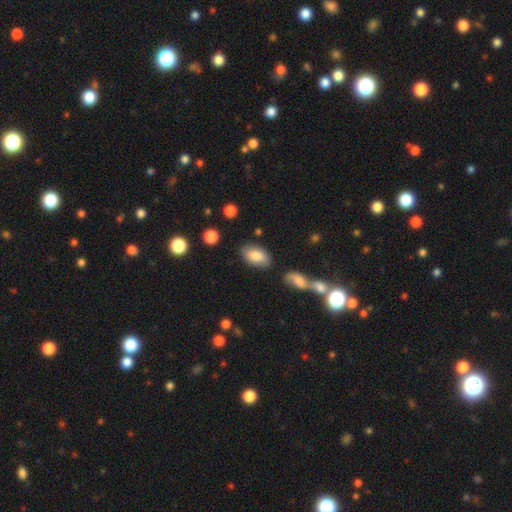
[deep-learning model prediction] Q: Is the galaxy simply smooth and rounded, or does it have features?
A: smooth — 82%.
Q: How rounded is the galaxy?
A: in between — 94%.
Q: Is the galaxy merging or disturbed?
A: none — 79%.